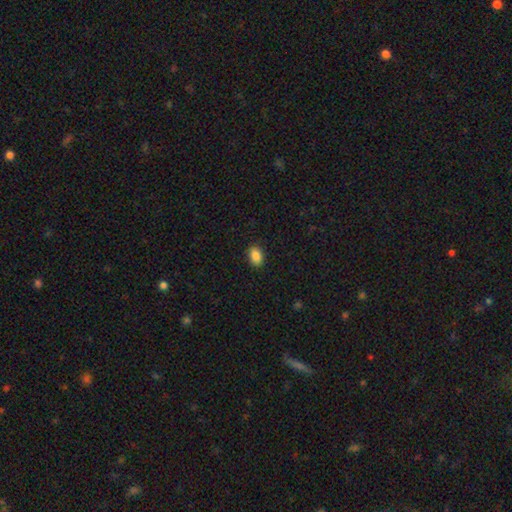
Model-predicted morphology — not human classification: Smooth or featured: smooth — 88% (star or artifact — 8%)
How rounded: in between — 86% (round — 12%)
Merging: none — 90% (minor disturbance — 7%)